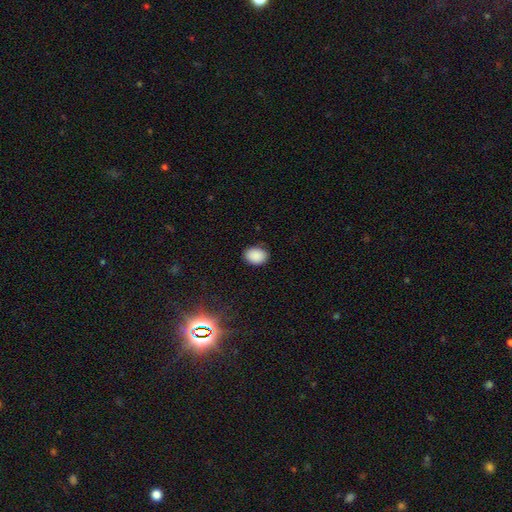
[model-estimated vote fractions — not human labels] The model was most divided on "how rounded": in between: 71%, round: 28%, cigar-shaped: 1%. More confident: smooth or featured — smooth (89%); merging — none (88%).